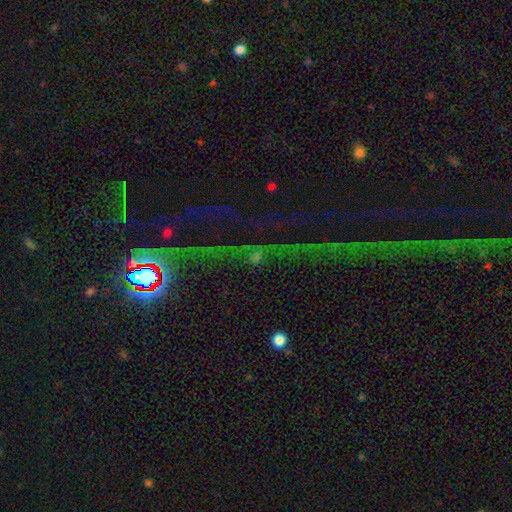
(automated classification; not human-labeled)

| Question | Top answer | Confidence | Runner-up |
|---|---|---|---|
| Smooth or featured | star or artifact | 69% | featured or disk (16%) |